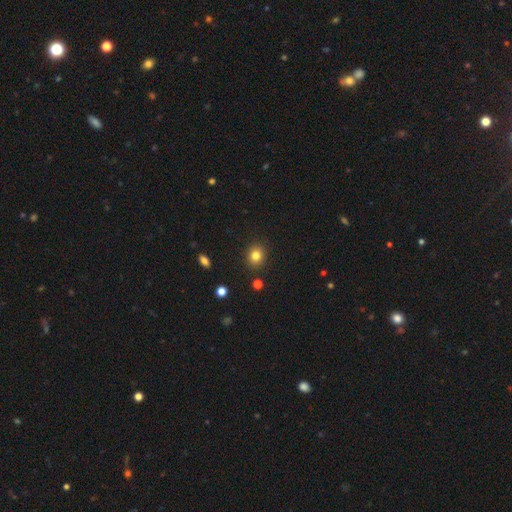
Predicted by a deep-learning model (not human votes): Smooth or featured? Predicted: smooth (p=0.81). How rounded? Predicted: round (p=0.71). Merging? Predicted: none (p=0.89).